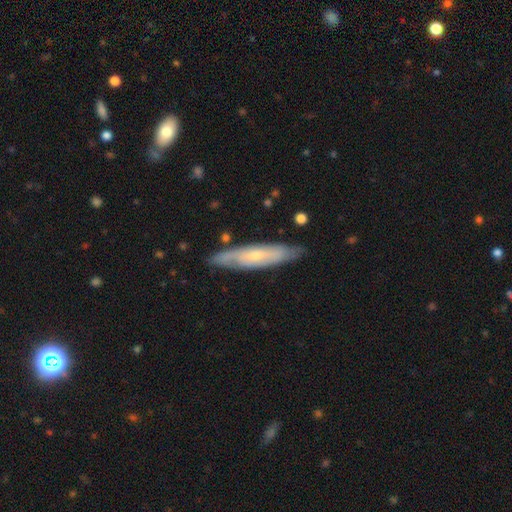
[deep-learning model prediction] Smooth or featured: featured or disk — 61% (smooth — 33%)
Edge-on disk: no — 50% (tied with yes — 50%)
Merging: none — 80% (minor disturbance — 15%)